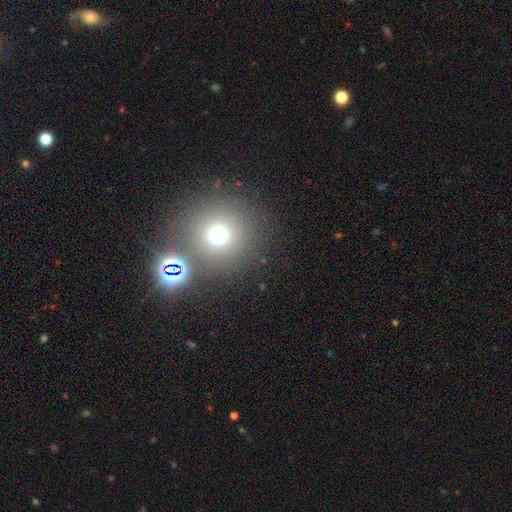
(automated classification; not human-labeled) The model was most divided on "smooth or featured": smooth: 56%, star or artifact: 33%, featured or disk: 11%. More confident: how rounded — round (92%); merging — none (70%).